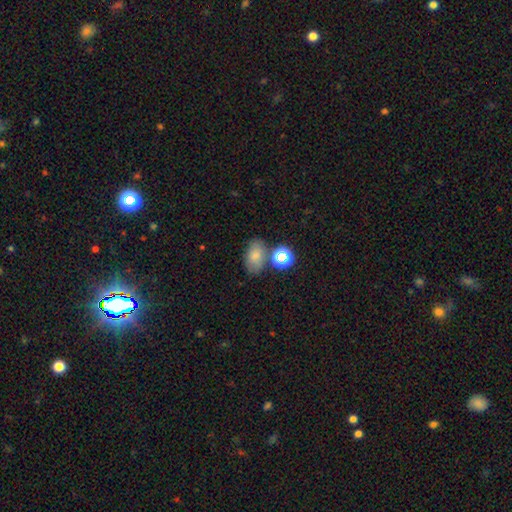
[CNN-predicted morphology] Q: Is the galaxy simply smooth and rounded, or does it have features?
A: smooth — 75%.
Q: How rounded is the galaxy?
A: in between — 83%.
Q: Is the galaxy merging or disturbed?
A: none — 64%.